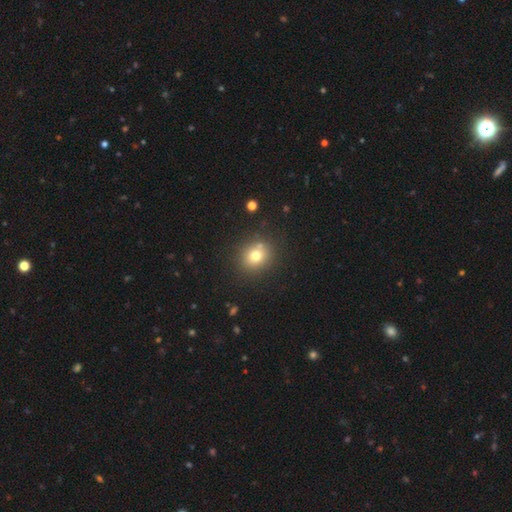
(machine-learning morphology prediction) Smooth or featured? Predicted: smooth (p=0.74). How rounded? Predicted: round (p=0.79). Merging? Predicted: none (p=0.79).